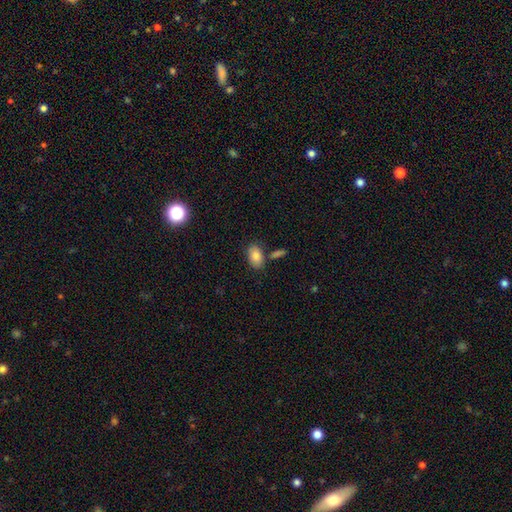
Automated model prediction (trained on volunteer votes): Smooth or featured? Predicted: smooth (p=0.85). How rounded? Predicted: in between (p=0.90). Merging? Predicted: none (p=0.73).